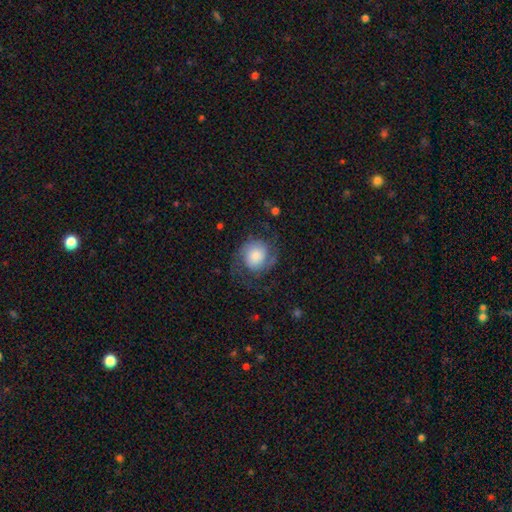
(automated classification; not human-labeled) Smooth or featured? Predicted: featured or disk (p=0.69). Edge-on disk? Predicted: no (p=0.98). Bar? Predicted: no (p=0.76). Spiral arms? Predicted: yes (p=0.93). Spiral winding? Predicted: medium (p=0.47). Spiral arm count? Predicted: 2 (p=0.88). Bulge size? Predicted: large (p=0.34). Merging? Predicted: none (p=0.67).